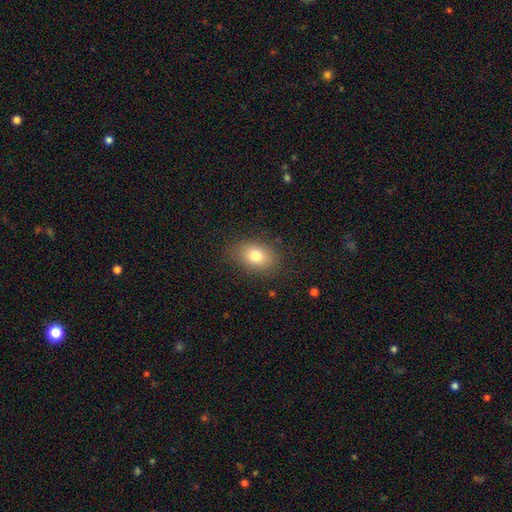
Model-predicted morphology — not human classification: Q: Smooth or featured?
A: smooth (78%); runner-up: featured or disk (12%)
Q: How rounded?
A: in between (77%); runner-up: round (22%)
Q: Merging?
A: none (83%); runner-up: minor disturbance (12%)